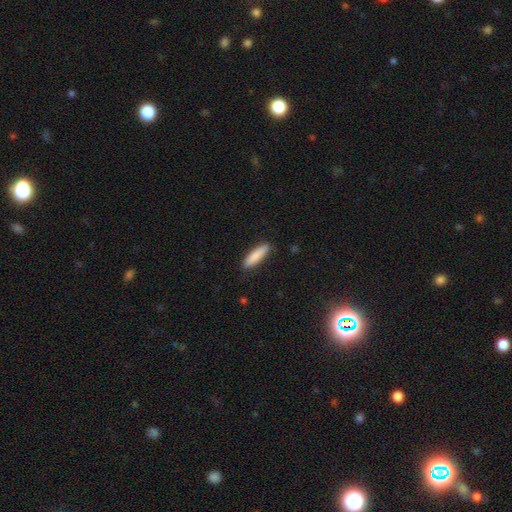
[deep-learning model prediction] This is clearly a smooth galaxy (86%). How rounded: likely cigar-shaped (71%). Merging: clearly none (87%).